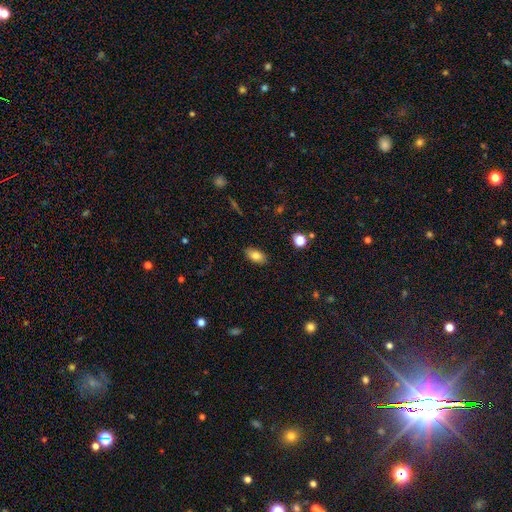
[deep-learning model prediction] Smooth or featured? smooth (82%)
How rounded? in between (91%)
Merging? none (87%)